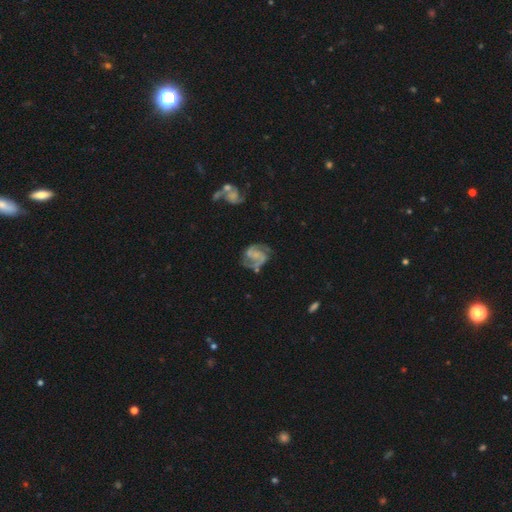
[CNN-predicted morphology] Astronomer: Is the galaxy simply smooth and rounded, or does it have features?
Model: featured or disk — 85%.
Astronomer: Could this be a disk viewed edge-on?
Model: no — 98%.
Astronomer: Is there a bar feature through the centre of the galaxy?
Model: no — 48% (runner-up: weak, 40%).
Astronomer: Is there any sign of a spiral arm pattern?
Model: yes — 95%.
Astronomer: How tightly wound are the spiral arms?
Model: medium — 54%.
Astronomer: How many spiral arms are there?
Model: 2 — 88%.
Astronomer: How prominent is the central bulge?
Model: none — 44% (runner-up: small, 36%).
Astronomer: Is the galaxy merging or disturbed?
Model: none — 64%.